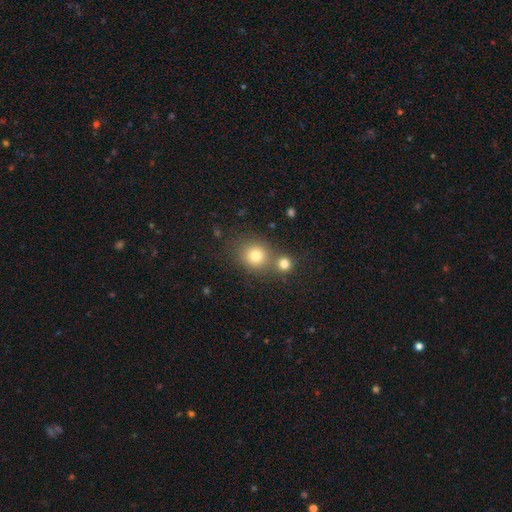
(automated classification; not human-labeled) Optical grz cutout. It shows a smooth galaxy with no disk features (78%) that is round (82%). Merging: none (61%).